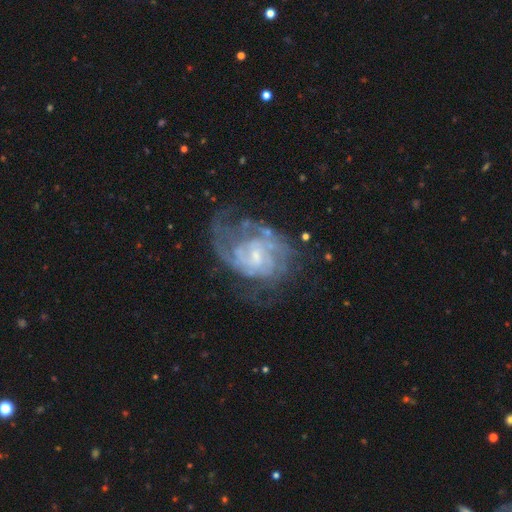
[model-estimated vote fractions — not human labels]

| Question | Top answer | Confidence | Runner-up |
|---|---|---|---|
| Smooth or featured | featured or disk | 85% | smooth (8%) |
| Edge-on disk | no | 97% | yes (3%) |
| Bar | no | 51% | weak (41%) |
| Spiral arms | yes | 92% | no (8%) |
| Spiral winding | tight | 50% | medium (38%) |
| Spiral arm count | can't tell | 38% | 2 (27%) |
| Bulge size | small | 66% | moderate (22%) |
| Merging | none | 54% | major disturbance (22%) |